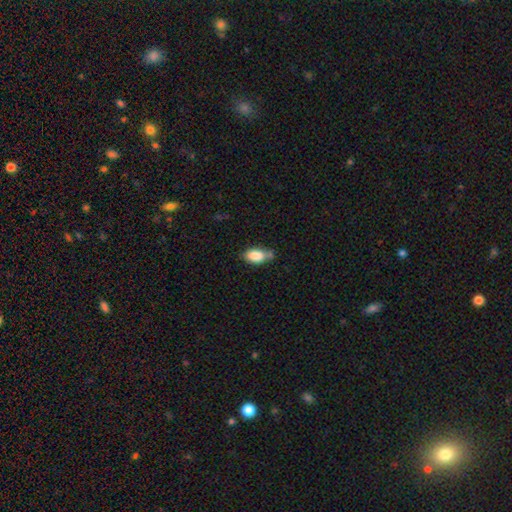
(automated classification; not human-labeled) smooth_or_featured: smooth (p=0.85) [alt: featured or disk p=0.08]
how_rounded: in between (p=0.90) [alt: round p=0.06]
merging: none (p=0.53) [alt: minor disturbance p=0.29]